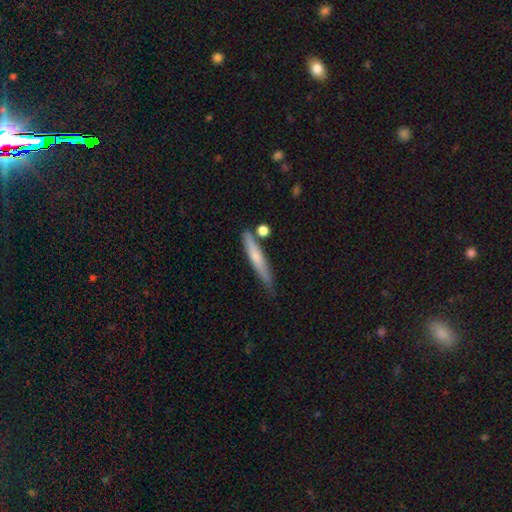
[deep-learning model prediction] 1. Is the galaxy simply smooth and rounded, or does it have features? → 61% smooth, 33% featured or disk, 6% star or artifact.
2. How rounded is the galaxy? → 93% cigar-shaped, 5% in between, 2% round.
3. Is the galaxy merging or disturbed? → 73% none, 17% minor disturbance, 7% merger, 3% major disturbance.